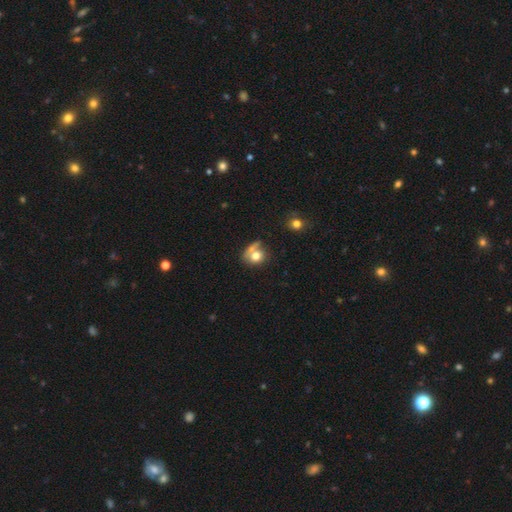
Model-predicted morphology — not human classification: type=smooth (72%); roundness=round (62%); merging=merger (38%).